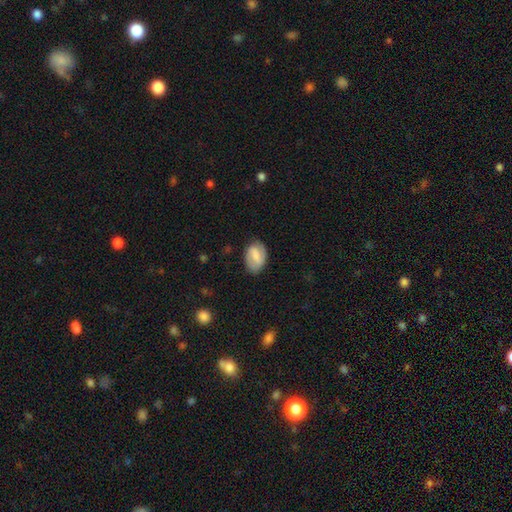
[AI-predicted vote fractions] Smooth or featured? featured or disk (49%)
Merging? none (75%)